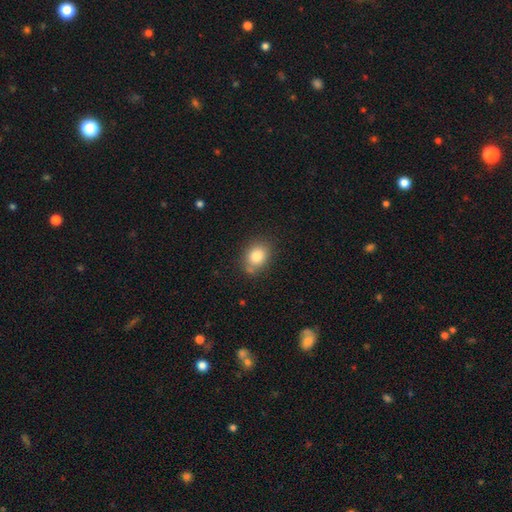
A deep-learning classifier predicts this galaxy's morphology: This appears to be a smooth galaxy with no disk features (83%) that is round (55%). Merging: none (74%).